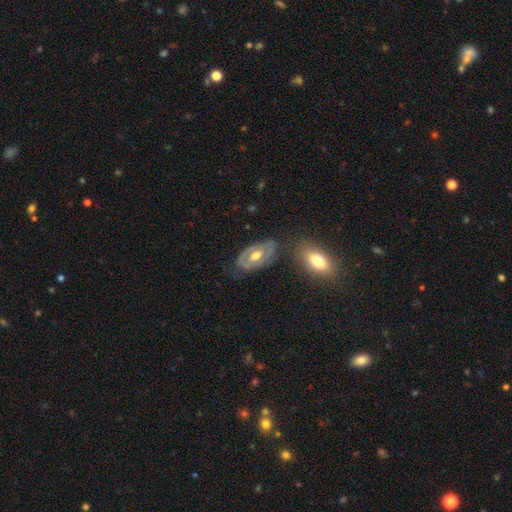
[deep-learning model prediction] smooth_or_featured: featured or disk (p=0.66) [alt: smooth p=0.28]
disk_edge_on: no (p=0.90) [alt: yes p=0.10]
bar: no (p=0.49) [alt: weak p=0.35]
has_spiral_arms: yes (p=0.51) [alt: no p=0.49]
bulge_size: moderate (p=0.75) [alt: small p=0.15]
merging: none (p=0.63) [alt: minor disturbance p=0.23]